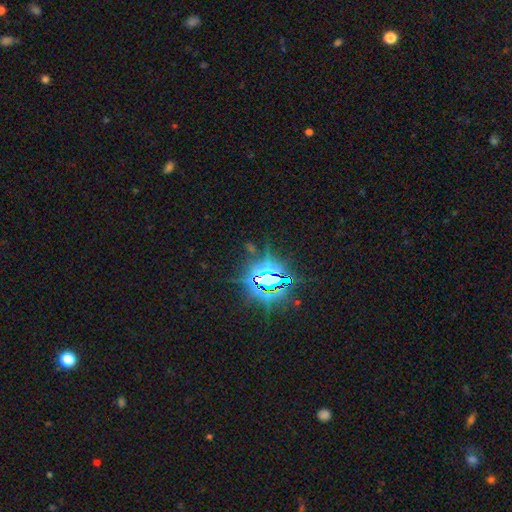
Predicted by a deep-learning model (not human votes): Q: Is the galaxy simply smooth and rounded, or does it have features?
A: star or artifact — 84%.